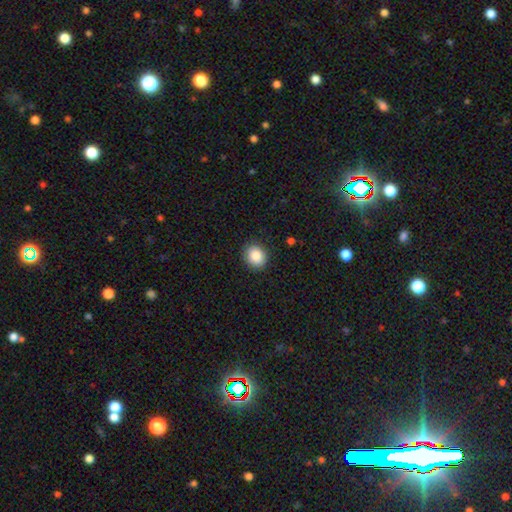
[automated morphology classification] A smooth galaxy with no disk features (87%) that is round (67%). Merging: none (89%).